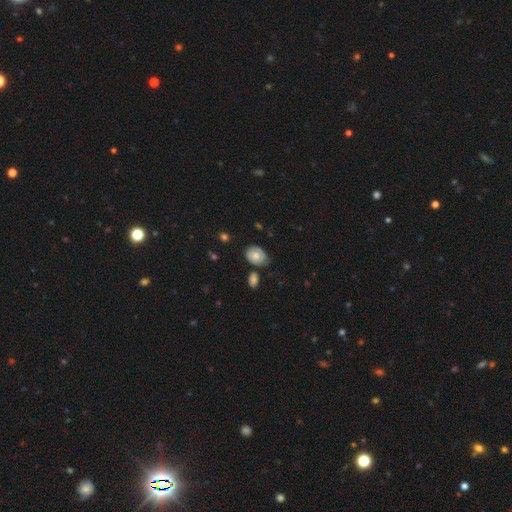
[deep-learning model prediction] smooth-or-featured: smooth: 59% | featured or disk: 33% | star or artifact: 8%
  how-rounded: in between: 63% | round: 36% | cigar-shaped: 1%
  merging: none: 56% | minor disturbance: 29% | major disturbance: 8% | merger: 6%